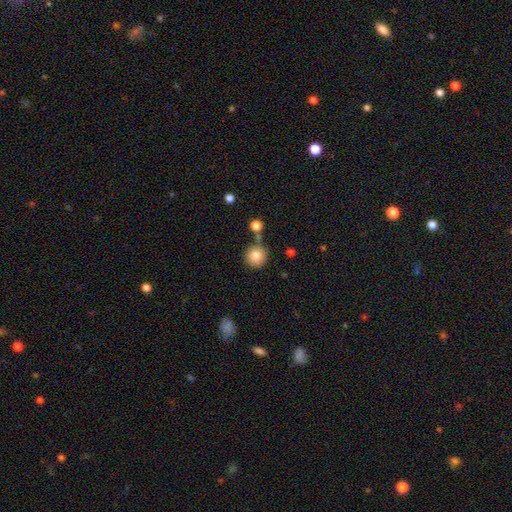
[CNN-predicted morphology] type=smooth (81%); roundness=round (94%); merging=none (76%).